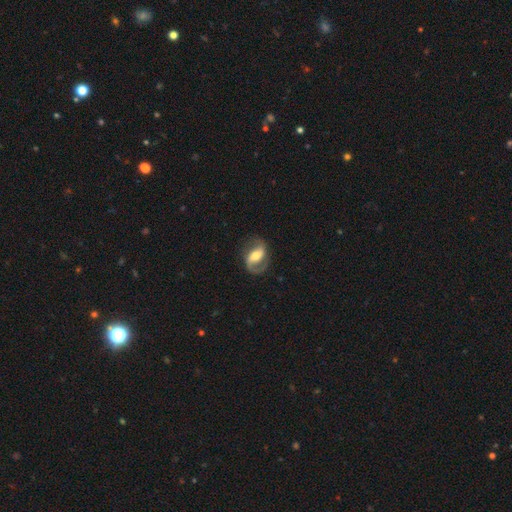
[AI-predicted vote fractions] This appears to be a featured or disk galaxy (80%) with a weak bar (39%), 2 (79%) medium (45%) spiral arms (93%) and a moderate central bulge (62%). Merging: none (70%).